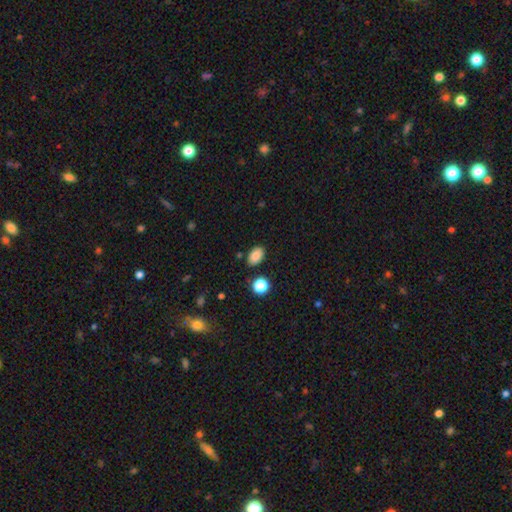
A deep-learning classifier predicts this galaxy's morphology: Smooth or featured: smooth — 84% (star or artifact — 10%)
How rounded: in between — 88% (round — 10%)
Merging: none — 83% (minor disturbance — 10%)